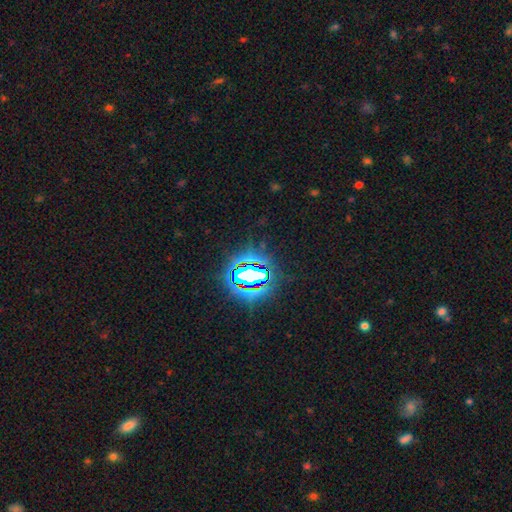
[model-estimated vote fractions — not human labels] The model was most divided on "smooth or featured": star or artifact: 81%, smooth: 12%, featured or disk: 8%.